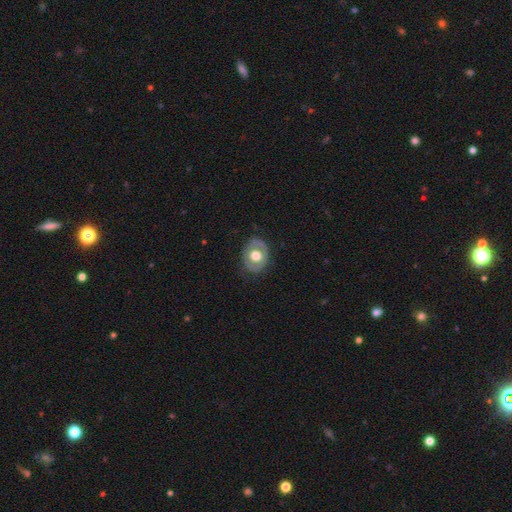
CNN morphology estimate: Smooth or featured?
  - smooth: 47% * (tied)
  - featured or disk: 47% * (tied)
  - star or artifact: 6%
Merging?
  - none: 78% *
  - minor disturbance: 16%
  - major disturbance: 6%
  - merger: 1%